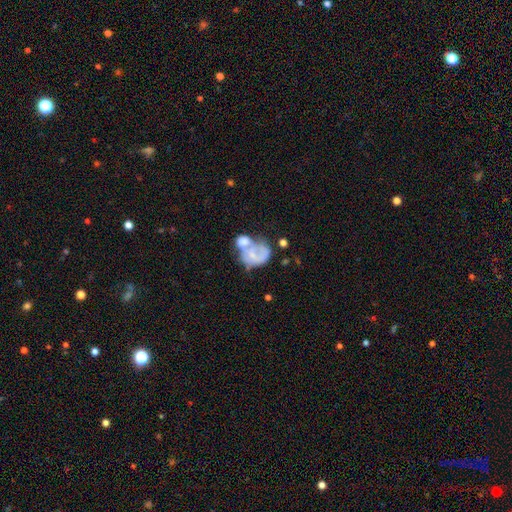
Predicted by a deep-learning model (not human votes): Q: Smooth or featured?
A: featured or disk (48%); runner-up: smooth (44%)
Q: Merging?
A: merger (51%); runner-up: major disturbance (20%)